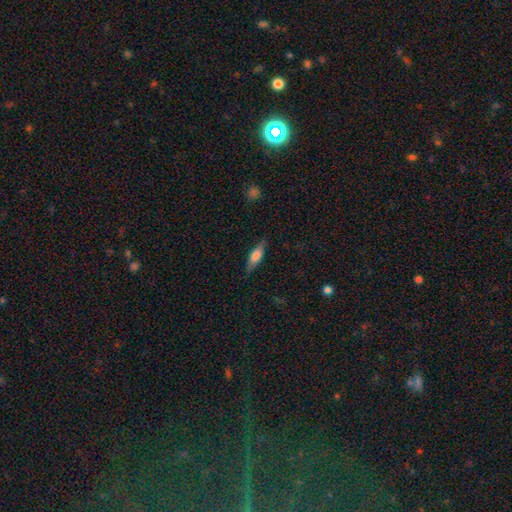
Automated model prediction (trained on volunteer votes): Overall: smooth (61%; featured or disk 32%). How rounded: cigar-shaped (55%; in between 43%). Merging: none (83%).